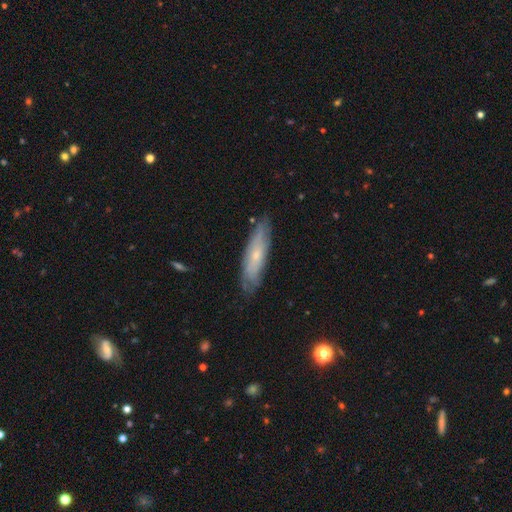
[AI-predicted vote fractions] Q: Smooth or featured?
A: featured or disk (50%); runner-up: smooth (44%)
Q: Merging?
A: none (78%); runner-up: minor disturbance (17%)